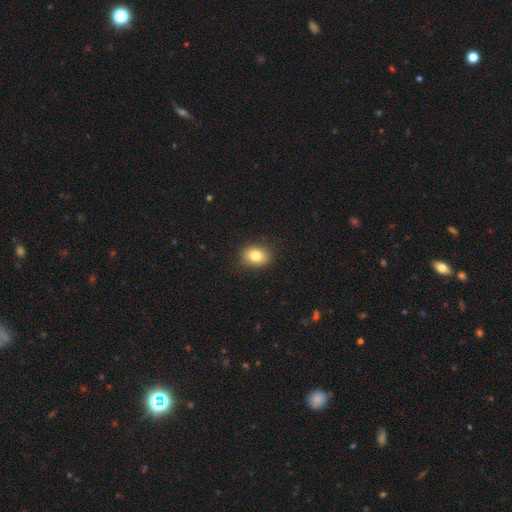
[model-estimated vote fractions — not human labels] smooth 82%, star or artifact 10%, featured or disk 8%. Down the decision tree: how rounded — in between (52%); merging — none (88%).